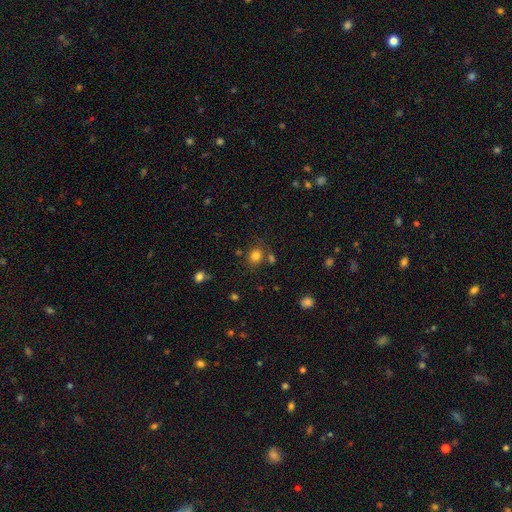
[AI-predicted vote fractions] A smooth galaxy with no disk features (80%) that is round (66%).

Vote fractions:
- Smooth or featured? smooth: 80% / star or artifact: 13% / featured or disk: 7%
- How rounded? round: 66% / in between: 33% / cigar-shaped: 1%
- Merging? none: 70% / minor disturbance: 13% / merger: 12% / major disturbance: 5%